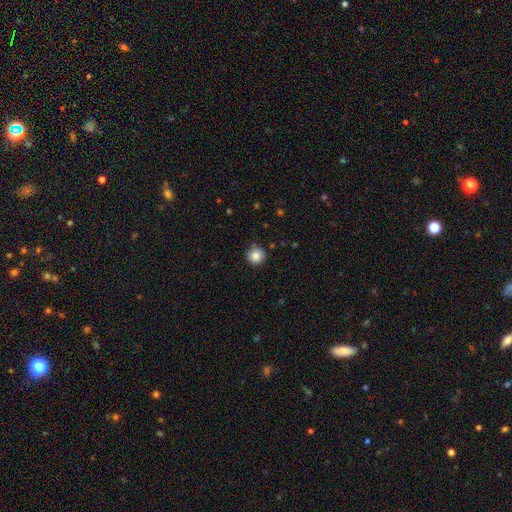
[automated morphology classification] smooth-or-featured: smooth: 86% | star or artifact: 10% | featured or disk: 4%
  how-rounded: round: 95% | in between: 4% | cigar-shaped: 1%
  merging: none: 86% | minor disturbance: 11% | major disturbance: 2% | merger: 1%